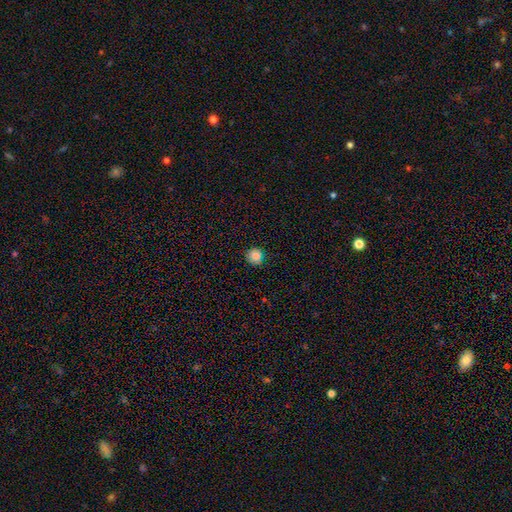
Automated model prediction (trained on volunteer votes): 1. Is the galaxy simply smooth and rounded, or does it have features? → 83% smooth, 11% star or artifact, 6% featured or disk.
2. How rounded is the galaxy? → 89% round, 10% in between, 1% cigar-shaped.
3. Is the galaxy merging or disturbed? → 82% none, 14% minor disturbance, 3% major disturbance, 1% merger.